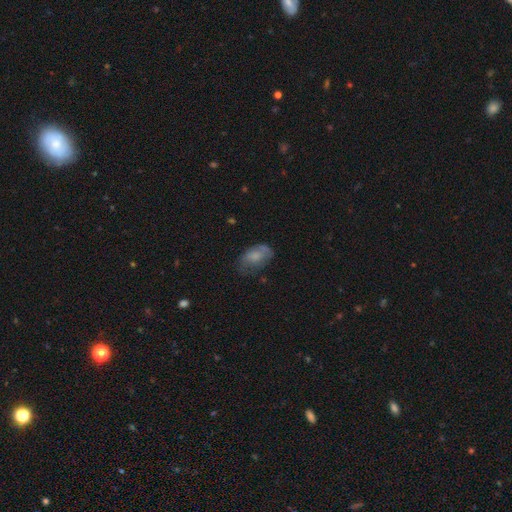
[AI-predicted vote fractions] The model was most divided on "merging": none: 48%, minor disturbance: 32%, major disturbance: 18%, merger: 2%. More confident: how rounded — in between (89%); smooth or featured — smooth (61%).